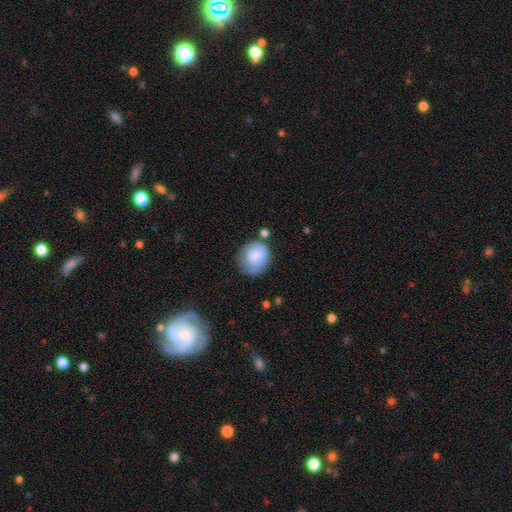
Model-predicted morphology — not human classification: type=smooth (80%); roundness=round (72%); merging=none (57%).